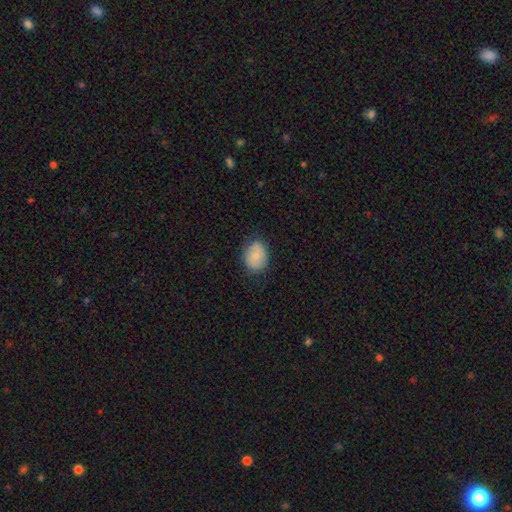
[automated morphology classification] Smooth or featured? smooth (81%)
How rounded? in between (55%)
Merging? none (72%)